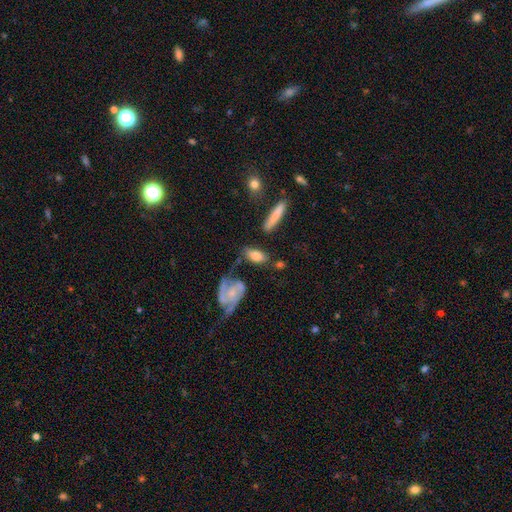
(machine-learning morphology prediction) A smooth galaxy with no disk features (72%) that is in between round and cigar-shaped (81%).

Vote fractions:
- Smooth or featured? smooth: 72% / featured or disk: 21% / star or artifact: 7%
- How rounded? in between: 81% / cigar-shaped: 15% / round: 5%
- Merging? none: 62% / minor disturbance: 19% / merger: 10% / major disturbance: 9%